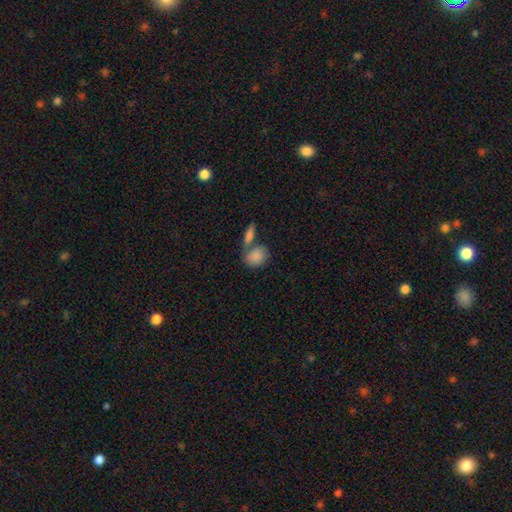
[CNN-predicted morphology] This appears to be a smooth galaxy with no disk features (86%) that is in between round and cigar-shaped (65%). Merging: none (47%).